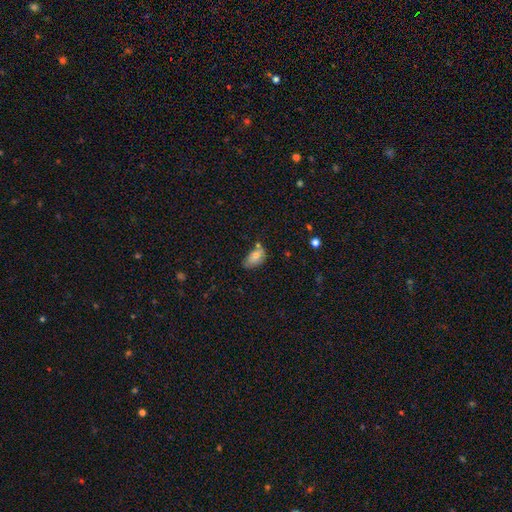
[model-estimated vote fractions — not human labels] smooth_or_featured: smooth (p=0.74) [alt: featured or disk p=0.17]
how_rounded: in between (p=0.89) [alt: round p=0.09]
merging: none (p=0.41) [alt: minor disturbance p=0.33]